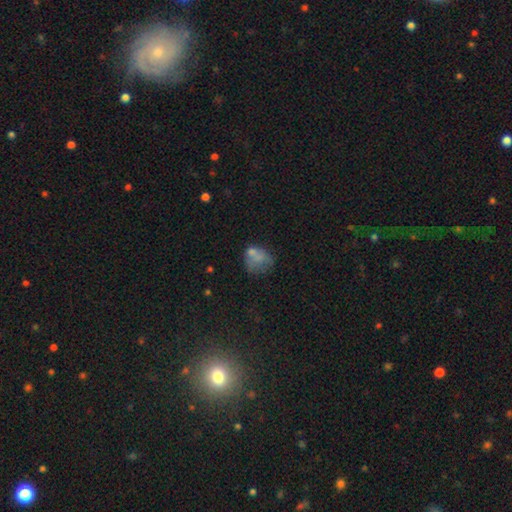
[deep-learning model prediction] smooth-or-featured: smooth: 60% | featured or disk: 27% | star or artifact: 13%
  how-rounded: round: 53% | in between: 45% | cigar-shaped: 1%
  merging: none: 37% | minor disturbance: 26% | major disturbance: 24% | merger: 14%